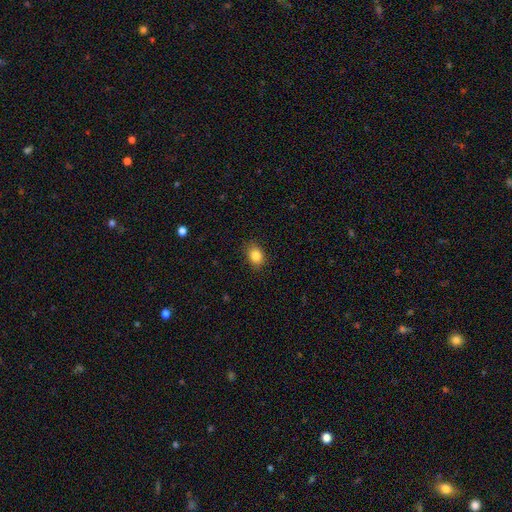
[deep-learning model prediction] This appears to be a smooth galaxy with no disk features (85%) that is in between round and cigar-shaped (58%). Merging: none (85%).